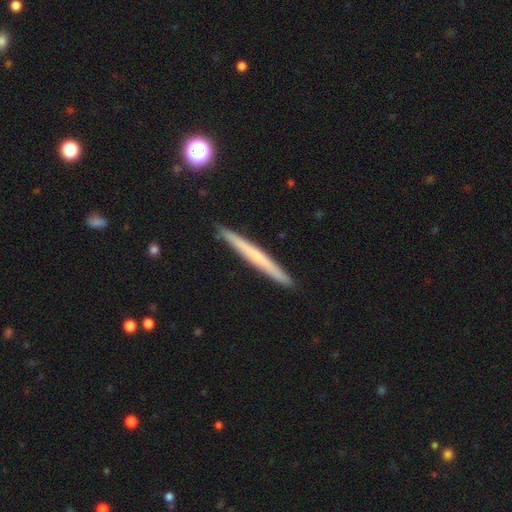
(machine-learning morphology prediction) This appears to be a featured or disk galaxy (49%). Merging: none (92%).